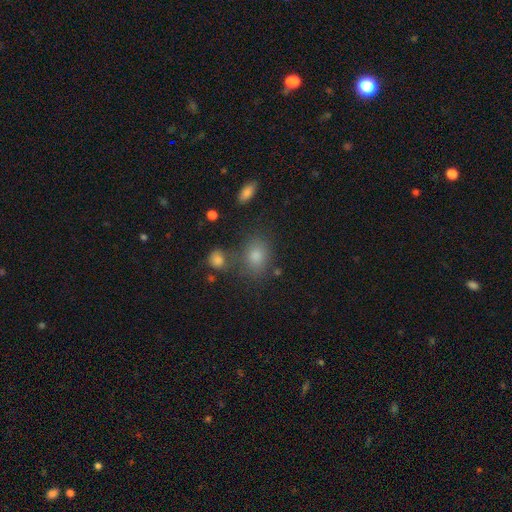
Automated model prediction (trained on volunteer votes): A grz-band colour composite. It shows a smooth galaxy with no disk features (74%) that is in between round and cigar-shaped (55%). Merging: none (71%).